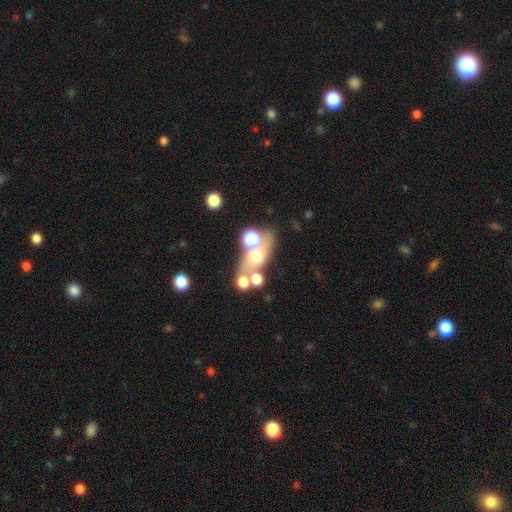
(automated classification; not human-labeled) smooth-or-featured: smooth: 48% | featured or disk: 36% | star or artifact: 16%
  merging: none: 51% | merger: 31% | minor disturbance: 11% | major disturbance: 7%